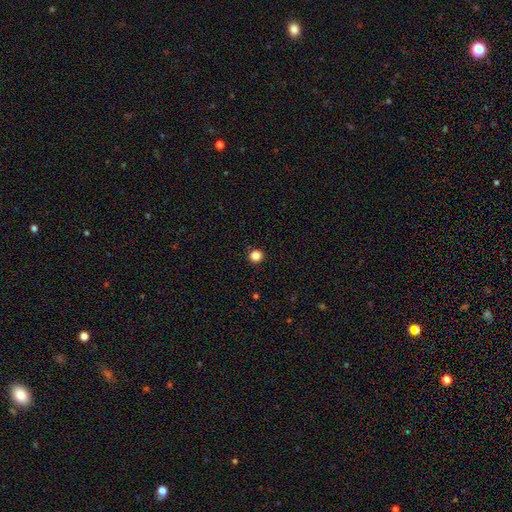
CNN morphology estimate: A smooth galaxy with no disk features (85%) that is round (96%). Merging: none (93%).